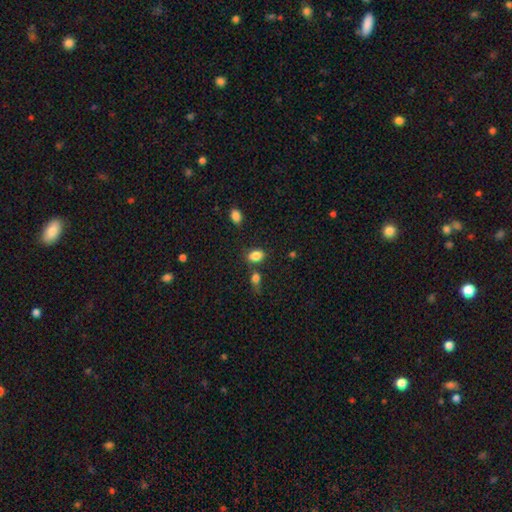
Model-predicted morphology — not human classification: Overall: smooth (85%). How rounded: in between (83%). Merging: none (70%).